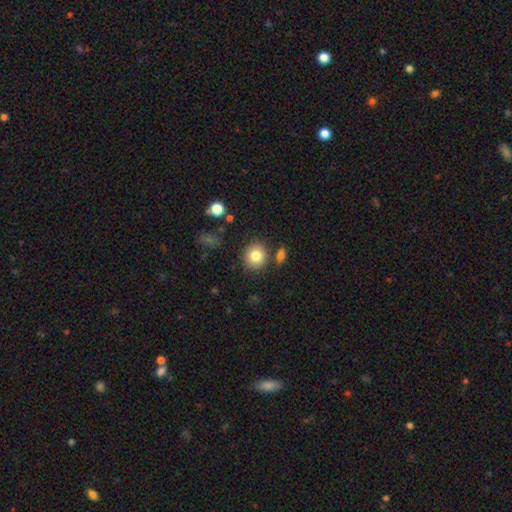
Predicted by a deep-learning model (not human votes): Smooth or featured? smooth (82%)
How rounded? round (85%)
Merging? none (82%)